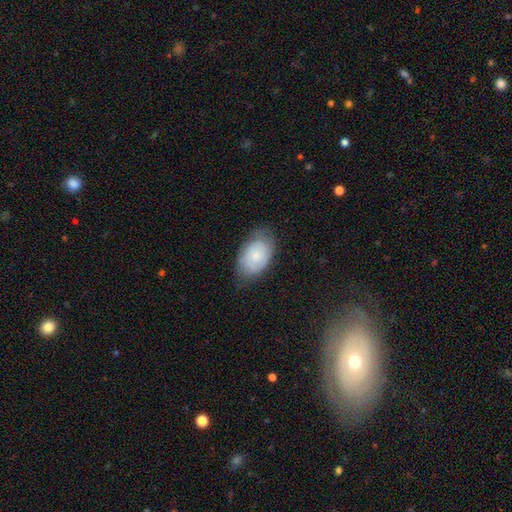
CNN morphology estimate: Smooth or featured? smooth (62%)
How rounded? in between (89%)
Merging? none (69%)